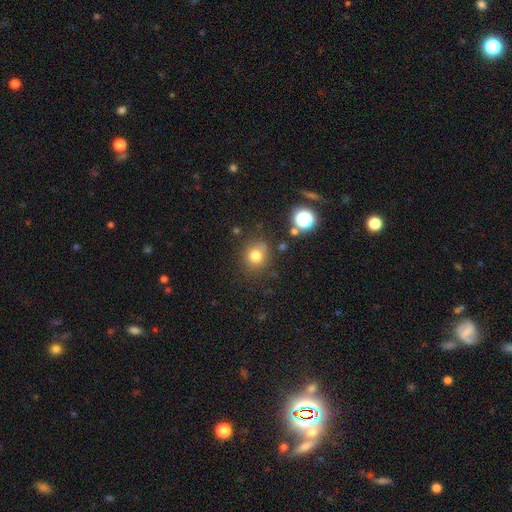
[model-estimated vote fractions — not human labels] Morphology: type=smooth (77%); roundness=round (80%); merging=none (77%).